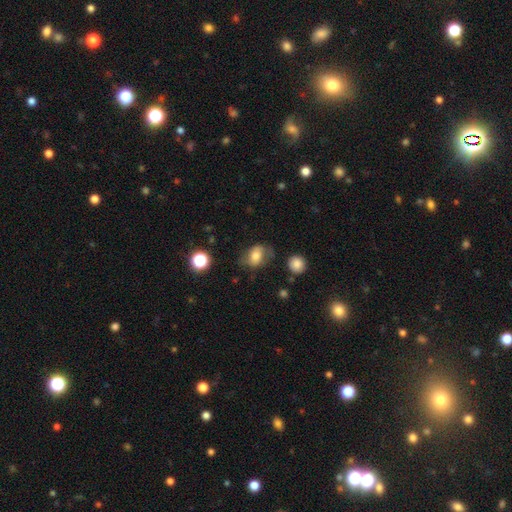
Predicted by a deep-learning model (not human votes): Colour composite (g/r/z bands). It shows a smooth galaxy with no disk features (64%) that is in between round and cigar-shaped (68%). Merging: none (60%).